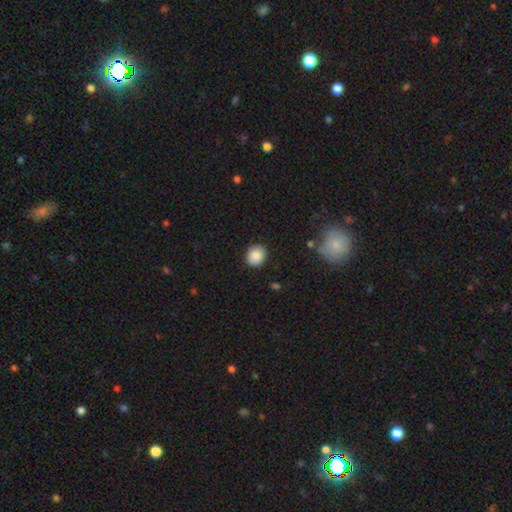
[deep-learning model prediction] Smooth or featured: smooth — 88% (star or artifact — 8%)
How rounded: round — 64% (in between — 35%)
Merging: none — 86% (minor disturbance — 10%)